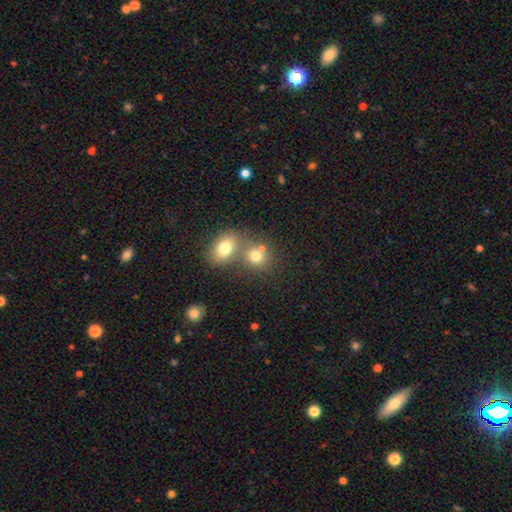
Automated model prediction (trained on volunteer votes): A smooth galaxy with no disk features (76%) that is round (68%).

Vote fractions:
- Smooth or featured? smooth: 76% / star or artifact: 13% / featured or disk: 12%
- How rounded? round: 68% / in between: 31% / cigar-shaped: 1%
- Merging? merger: 49% / none: 40% / minor disturbance: 8% / major disturbance: 3%